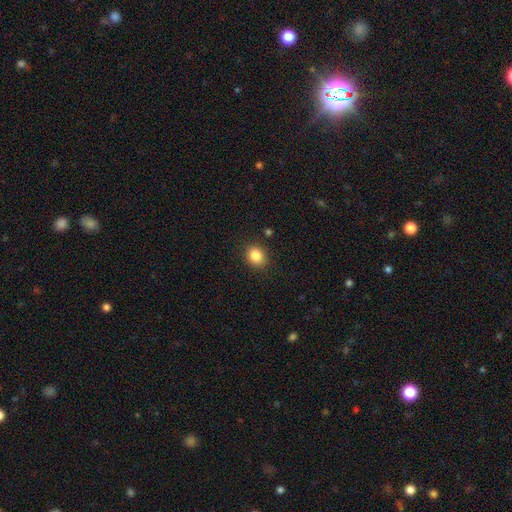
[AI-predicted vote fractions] smooth-or-featured: smooth: 85% | star or artifact: 10% | featured or disk: 5%
  how-rounded: round: 67% | in between: 32% | cigar-shaped: 1%
  merging: none: 88% | minor disturbance: 8% | major disturbance: 2% | merger: 2%